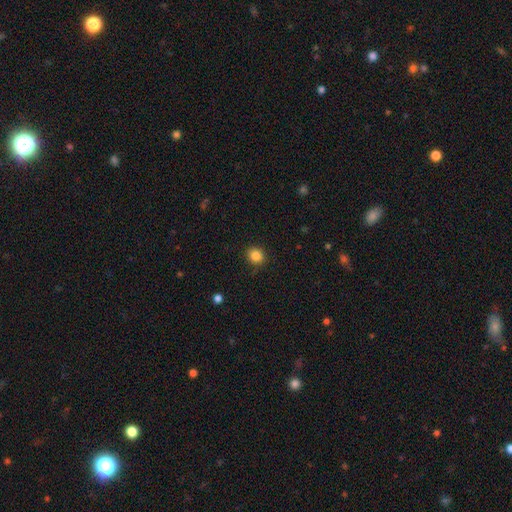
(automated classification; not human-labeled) Q: Smooth or featured?
A: smooth (86%); runner-up: star or artifact (10%)
Q: How rounded?
A: round (77%); runner-up: in between (22%)
Q: Merging?
A: none (87%); runner-up: minor disturbance (9%)